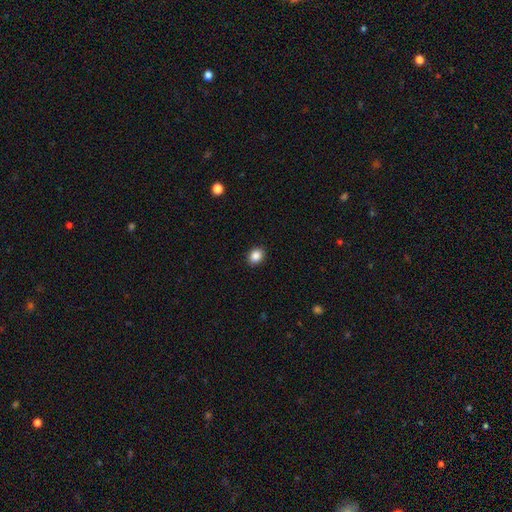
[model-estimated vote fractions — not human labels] Morphology: type=smooth (87%); roundness=in between (50%); merging=none (91%).